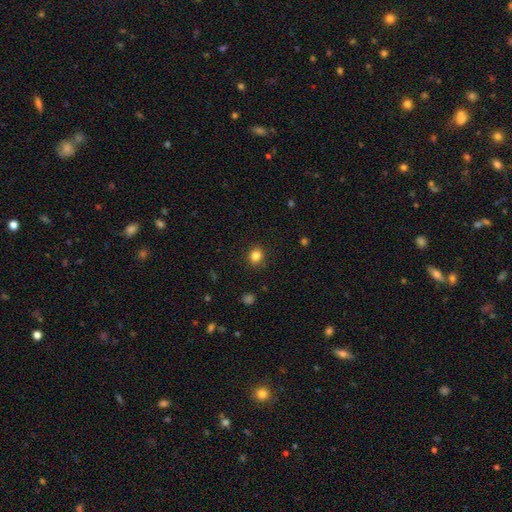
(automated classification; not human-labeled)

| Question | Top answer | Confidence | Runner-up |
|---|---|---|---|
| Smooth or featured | smooth | 83% | star or artifact (11%) |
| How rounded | round | 71% | in between (28%) |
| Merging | none | 89% | minor disturbance (7%) |